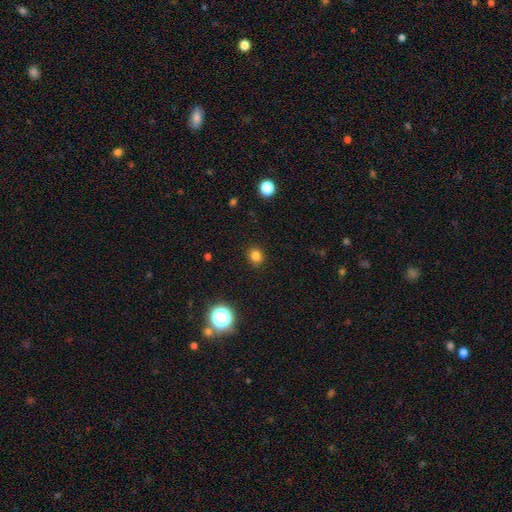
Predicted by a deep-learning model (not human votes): A smooth galaxy with no disk features (81%) that is round (72%). Merging: none (90%).